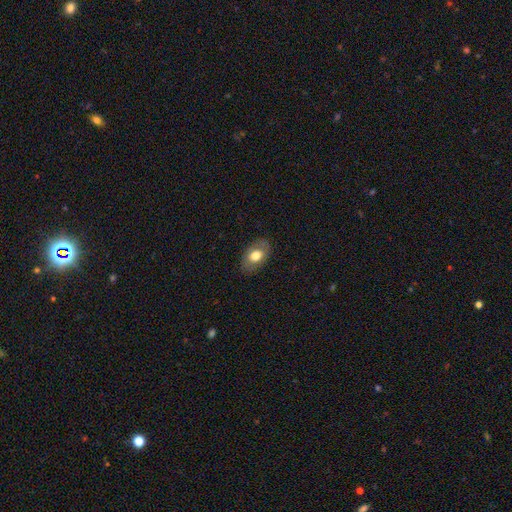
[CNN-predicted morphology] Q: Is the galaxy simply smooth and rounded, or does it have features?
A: smooth — 71%.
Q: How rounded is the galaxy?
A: in between — 88%.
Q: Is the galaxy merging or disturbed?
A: none — 83%.